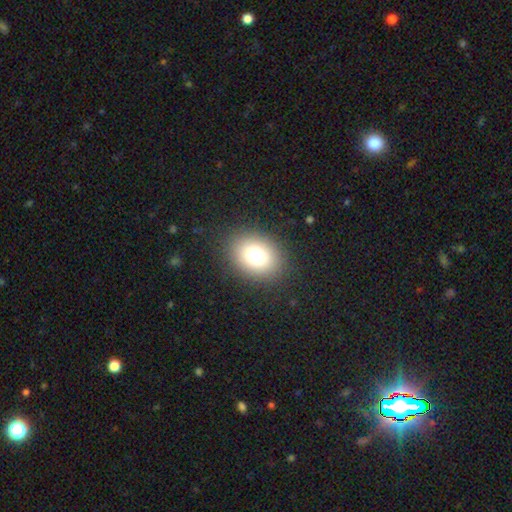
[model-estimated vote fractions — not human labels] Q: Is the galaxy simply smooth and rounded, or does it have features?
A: smooth — 78%.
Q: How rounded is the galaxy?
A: in between — 58%.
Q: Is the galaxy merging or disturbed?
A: none — 87%.